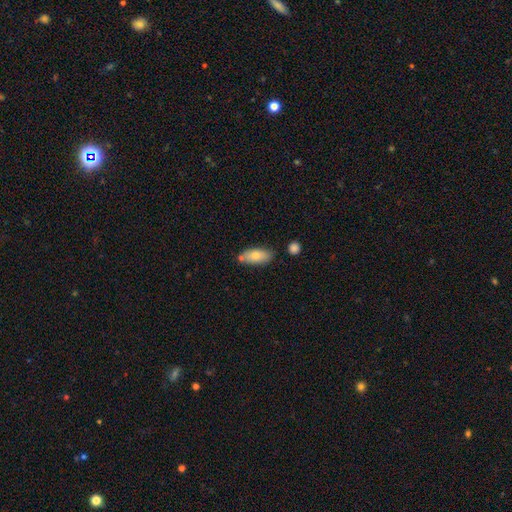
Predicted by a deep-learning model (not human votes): The model was most divided on "merging": none: 70%, minor disturbance: 16%, merger: 10%, major disturbance: 3%. More confident: how rounded — in between (87%); smooth or featured — smooth (75%).